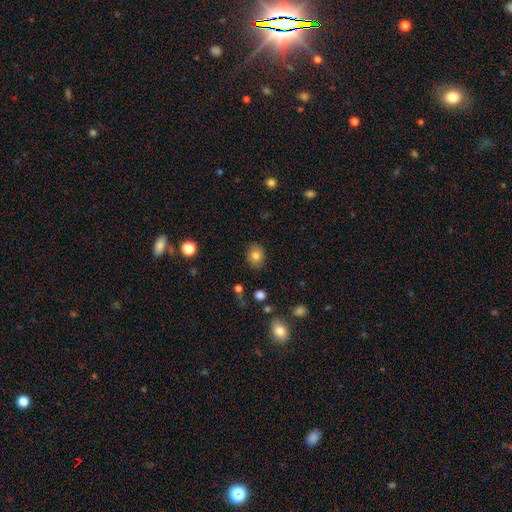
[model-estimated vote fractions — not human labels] The model was most divided on "how rounded": round: 53%, in between: 46%, cigar-shaped: 1%. More confident: merging — none (84%); smooth or featured — smooth (80%).